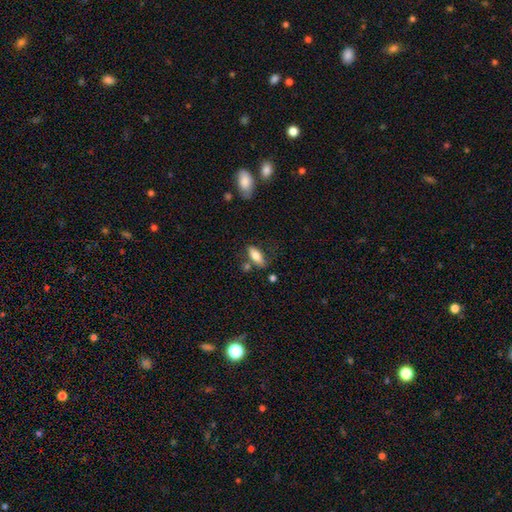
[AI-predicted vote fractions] This is likely a smooth galaxy (76%). How rounded: likely in between (78%). Merging: likely none (67%).